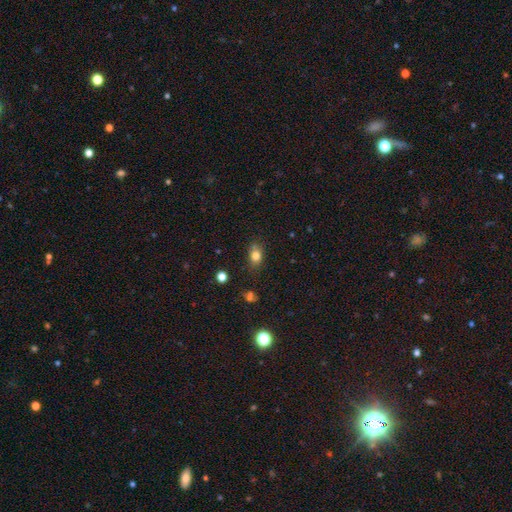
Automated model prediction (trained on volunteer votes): A smooth galaxy with no disk features (78%) that is in between round and cigar-shaped (63%).

Vote fractions:
- Smooth or featured? smooth: 78% / star or artifact: 13% / featured or disk: 9%
- How rounded? in between: 63% / round: 34% / cigar-shaped: 2%
- Merging? none: 68% / minor disturbance: 19% / merger: 8% / major disturbance: 5%